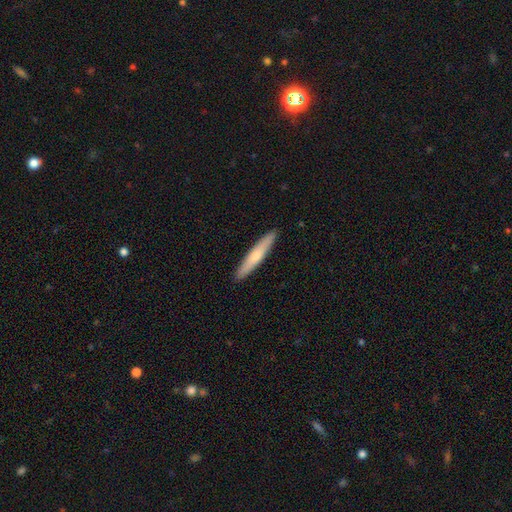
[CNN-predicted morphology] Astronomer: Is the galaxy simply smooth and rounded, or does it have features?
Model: smooth — 61%.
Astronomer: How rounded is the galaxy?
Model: cigar-shaped — 93%.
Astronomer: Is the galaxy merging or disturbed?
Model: none — 92%.